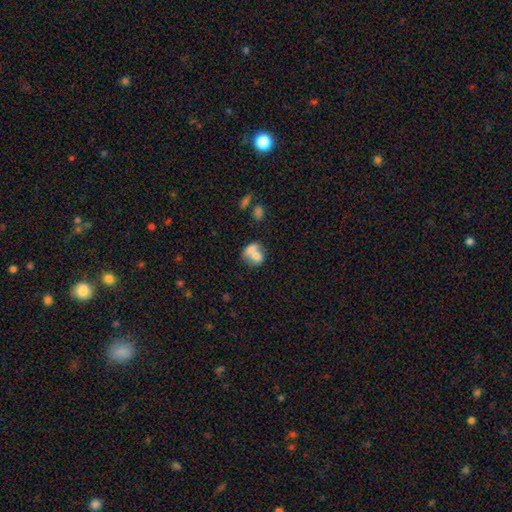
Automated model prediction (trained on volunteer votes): Smooth or featured? Predicted: smooth (p=0.68). How rounded? Predicted: in between (p=0.55). Merging? Predicted: merger (p=0.68).